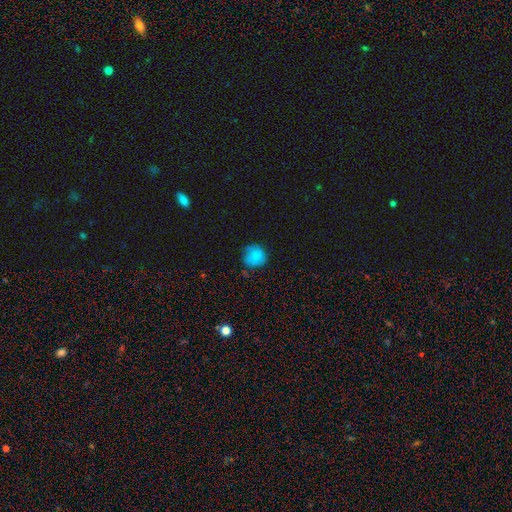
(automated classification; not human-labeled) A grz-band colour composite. It shows a smooth galaxy with no disk features (82%) that is round (87%). Merging: none (69%).